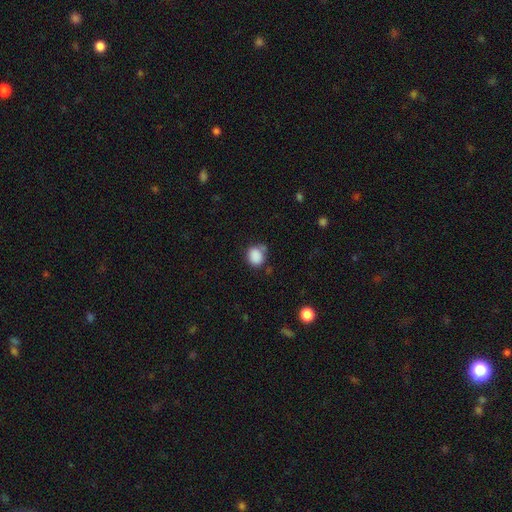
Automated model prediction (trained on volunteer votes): smooth_or_featured: smooth (p=0.86) [alt: star or artifact p=0.09]
how_rounded: round (p=0.73) [alt: in between p=0.26]
merging: none (p=0.63) [alt: minor disturbance p=0.23]